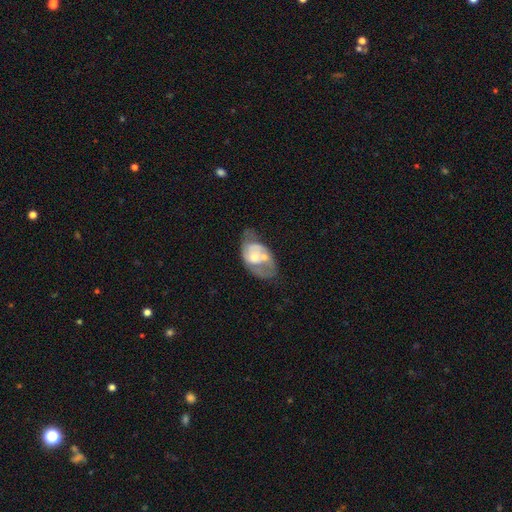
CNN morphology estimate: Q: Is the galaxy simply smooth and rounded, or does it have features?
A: featured or disk — 58%.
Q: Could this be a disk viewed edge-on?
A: no — 96%.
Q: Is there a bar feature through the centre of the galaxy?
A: no — 79%.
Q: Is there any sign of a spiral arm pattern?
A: no — 57%.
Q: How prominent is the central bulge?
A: moderate — 51%.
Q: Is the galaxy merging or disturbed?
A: merger — 28%.